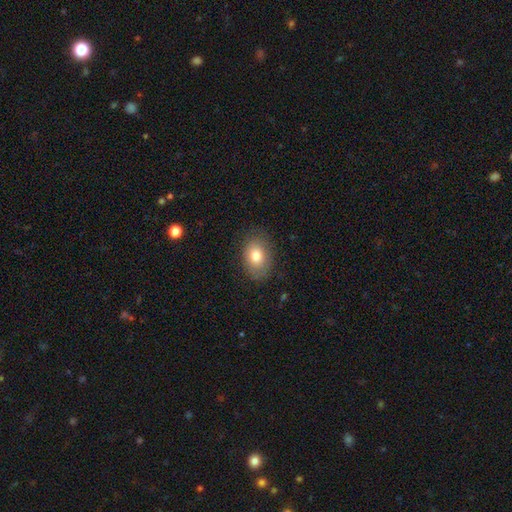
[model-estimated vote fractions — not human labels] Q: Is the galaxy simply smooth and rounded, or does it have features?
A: smooth — 79%.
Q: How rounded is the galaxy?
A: in between — 77%.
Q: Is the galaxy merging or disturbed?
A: none — 82%.